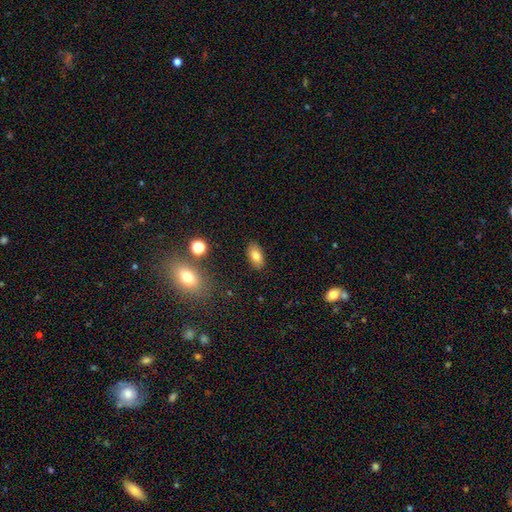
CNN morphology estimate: Smooth or featured? Predicted: smooth (p=0.79). How rounded? Predicted: in between (p=0.92). Merging? Predicted: none (p=0.87).